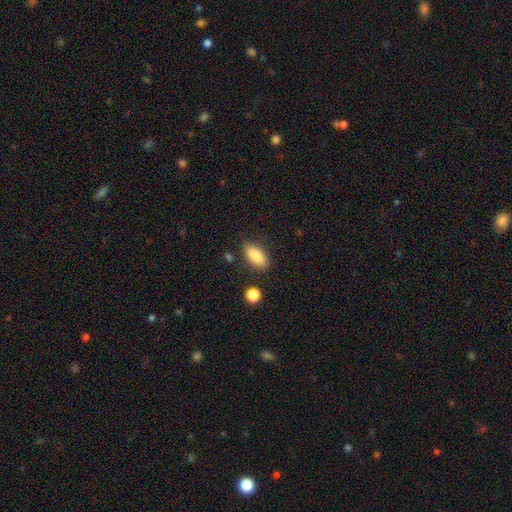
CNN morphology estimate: A smooth galaxy with no disk features (86%) that is in between round and cigar-shaped (89%).

Vote fractions:
- Smooth or featured? smooth: 86% / star or artifact: 8% / featured or disk: 6%
- How rounded? in between: 89% / cigar-shaped: 8% / round: 4%
- Merging? none: 81% / minor disturbance: 13% / major disturbance: 3% / merger: 3%